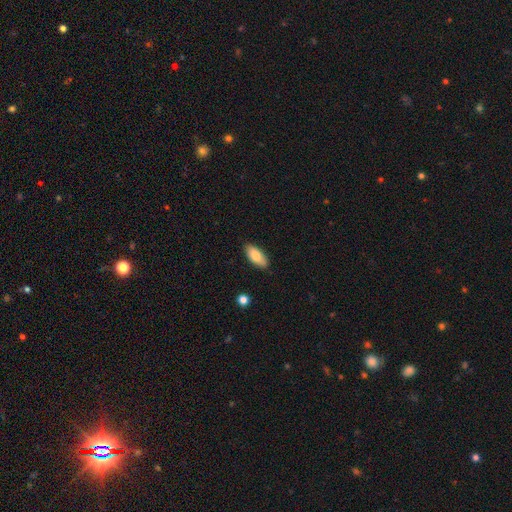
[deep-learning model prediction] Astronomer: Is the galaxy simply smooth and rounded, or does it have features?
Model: smooth — 82%.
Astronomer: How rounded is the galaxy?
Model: in between — 86%.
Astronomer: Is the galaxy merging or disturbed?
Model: none — 86%.